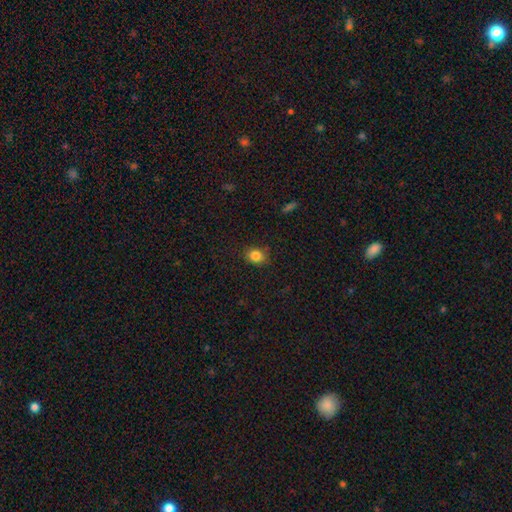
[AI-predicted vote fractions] Morphology: type=smooth (84%); roundness=round (59%); merging=none (82%).